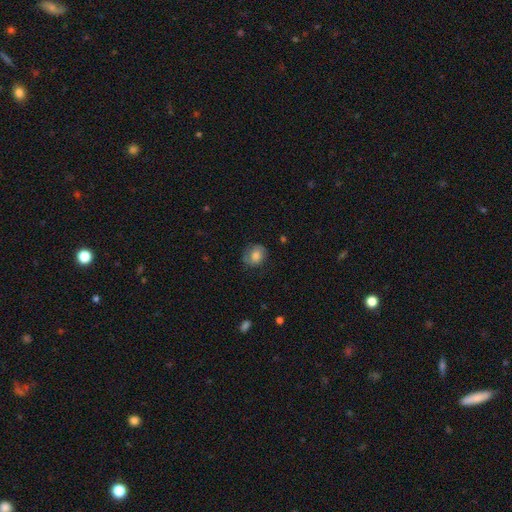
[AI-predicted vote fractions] Overall: smooth (70%). How rounded: round (63%; in between 36%). Merging: none (65%).